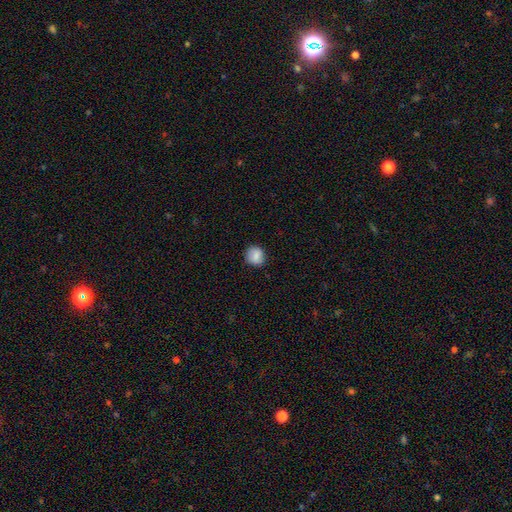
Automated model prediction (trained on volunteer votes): Smooth or featured: smooth — 84% (star or artifact — 8%)
How rounded: round — 84% (in between — 15%)
Merging: none — 84% (minor disturbance — 12%)